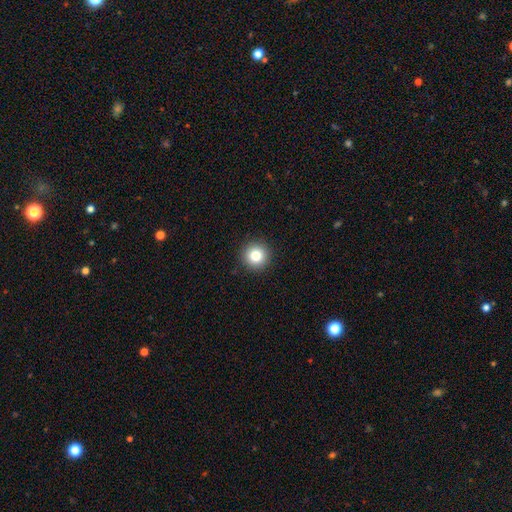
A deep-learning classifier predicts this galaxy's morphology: smooth-or-featured: smooth: 81% | star or artifact: 11% | featured or disk: 7%
  how-rounded: round: 95% | in between: 4% | cigar-shaped: 1%
  merging: none: 92% | minor disturbance: 5% | major disturbance: 2% | merger: 1%